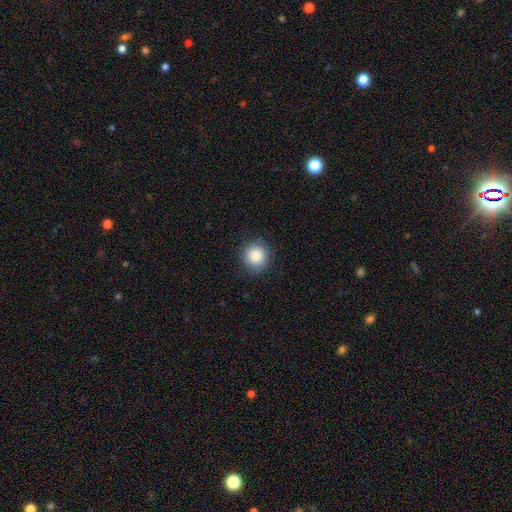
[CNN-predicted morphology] Smooth or featured? smooth (87%)
How rounded? round (90%)
Merging? none (88%)